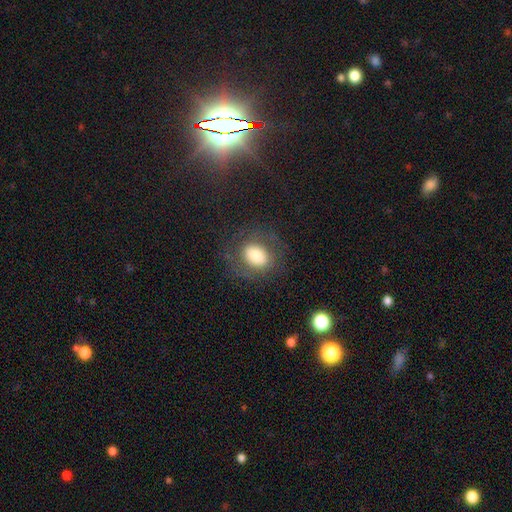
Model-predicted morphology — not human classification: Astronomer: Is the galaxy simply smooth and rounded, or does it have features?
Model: smooth — 69%.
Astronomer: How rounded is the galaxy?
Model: in between — 57% (runner-up: round, 42%).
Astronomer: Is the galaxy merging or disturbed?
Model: none — 72%.